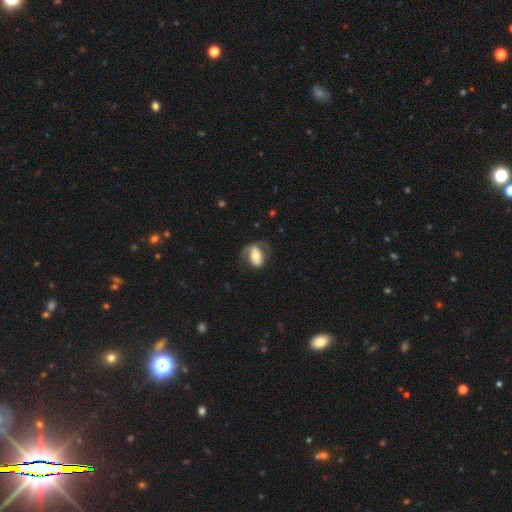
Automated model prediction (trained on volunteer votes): Q: Smooth or featured?
A: featured or disk (49%); runner-up: smooth (45%)
Q: Merging?
A: none (51%); runner-up: minor disturbance (26%)